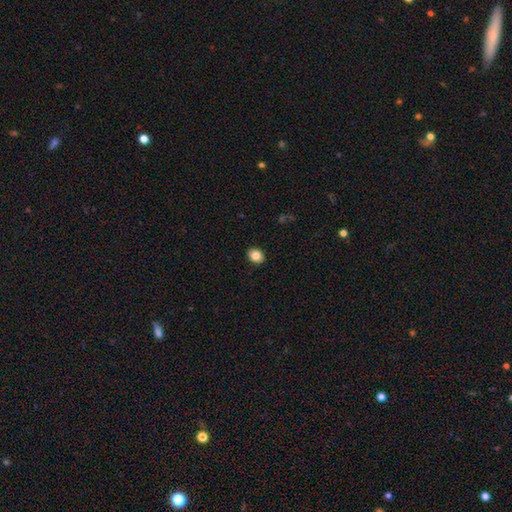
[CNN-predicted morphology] smooth-or-featured: smooth: 84% | star or artifact: 9% | featured or disk: 7%
  how-rounded: in between: 52% | round: 47% | cigar-shaped: 1%
  merging: none: 90% | minor disturbance: 7% | major disturbance: 2% | merger: 1%